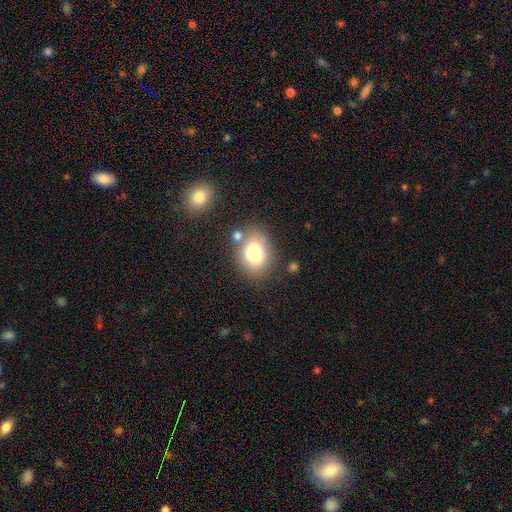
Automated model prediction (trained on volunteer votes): Overall: smooth (78%). How rounded: in between (67%; round 31%). Merging: none (62%).